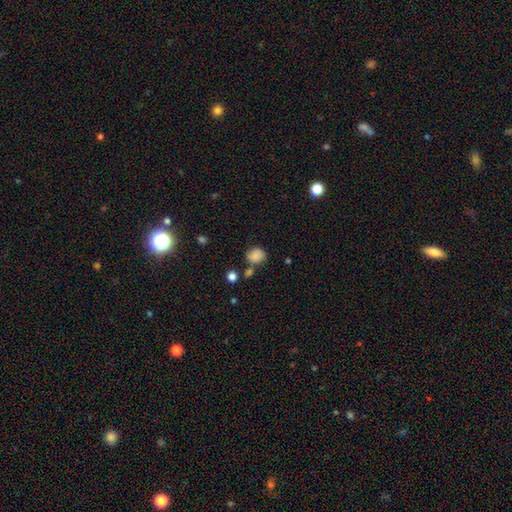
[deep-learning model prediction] Morphology: type=smooth (83%); roundness=round (65%); merging=none (62%).